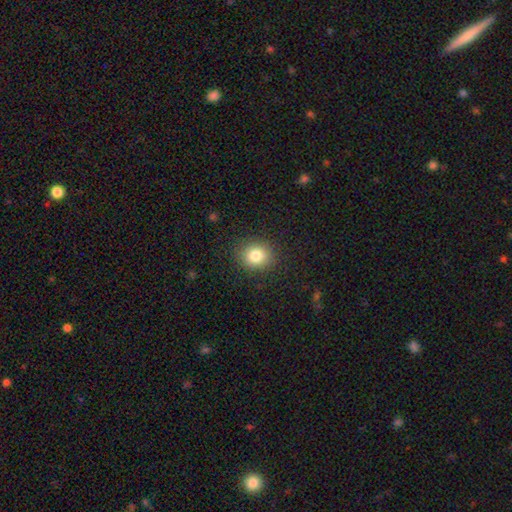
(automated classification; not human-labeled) This appears to be a smooth galaxy with no disk features (82%) that is round (77%). Merging: none (88%).